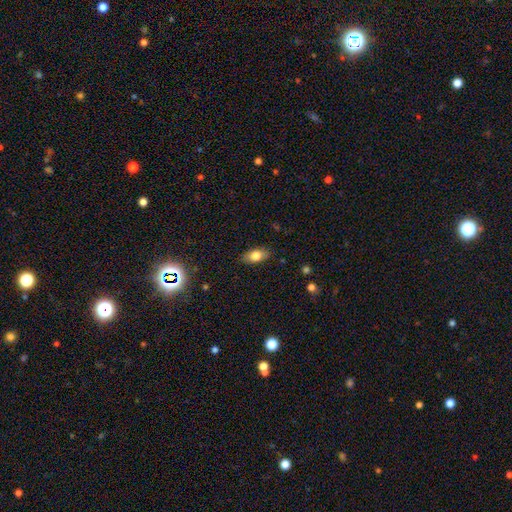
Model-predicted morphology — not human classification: smooth-or-featured: smooth: 78% | featured or disk: 14% | star or artifact: 8%
  how-rounded: in between: 88% | round: 6% | cigar-shaped: 6%
  merging: none: 85% | minor disturbance: 11% | major disturbance: 2% | merger: 1%